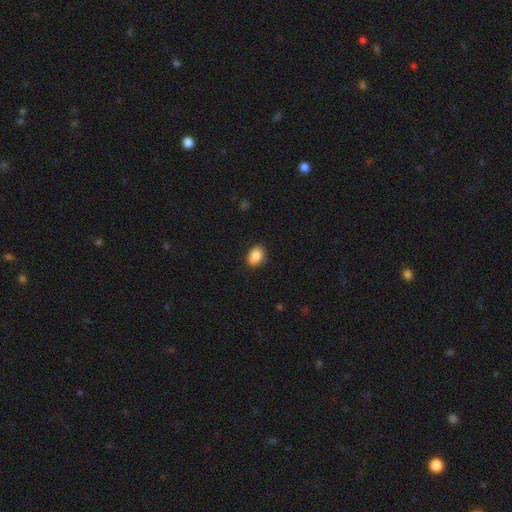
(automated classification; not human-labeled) A smooth galaxy with no disk features (87%) that is in between round and cigar-shaped (74%). Merging: none (85%).